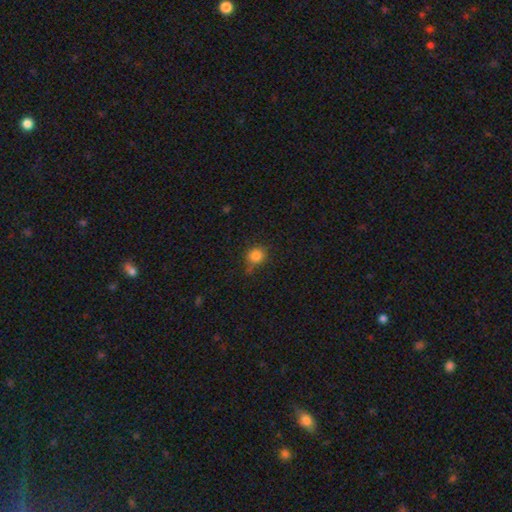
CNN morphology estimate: smooth-or-featured: smooth: 83% | star or artifact: 12% | featured or disk: 6%
  how-rounded: round: 87% | in between: 12% | cigar-shaped: 1%
  merging: none: 70% | minor disturbance: 20% | merger: 5% | major disturbance: 5%